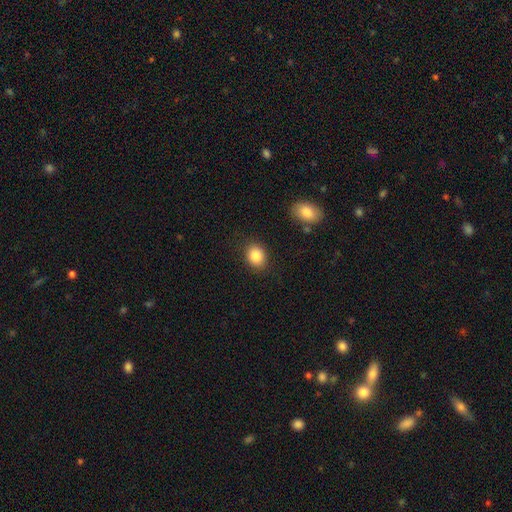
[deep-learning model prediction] Smooth or featured?
  - smooth: 86% *
  - star or artifact: 9%
  - featured or disk: 5%
How rounded?
  - round: 54% *
  - in between: 45%
  - cigar-shaped: 1%
Merging?
  - none: 85% *
  - minor disturbance: 10%
  - major disturbance: 3%
  - merger: 2%